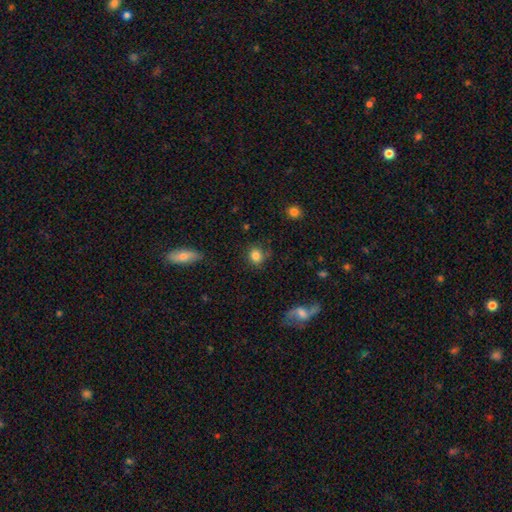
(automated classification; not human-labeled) smooth-or-featured: smooth: 83% | star or artifact: 10% | featured or disk: 7%
  how-rounded: round: 73% | in between: 25% | cigar-shaped: 1%
  merging: none: 76% | minor disturbance: 16% | major disturbance: 5% | merger: 2%